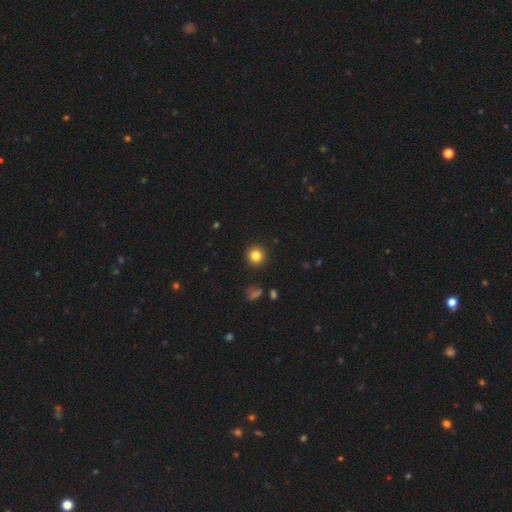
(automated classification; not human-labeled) Smooth or featured: smooth — 84% (star or artifact — 11%)
How rounded: round — 94% (in between — 5%)
Merging: none — 92% (minor disturbance — 5%)